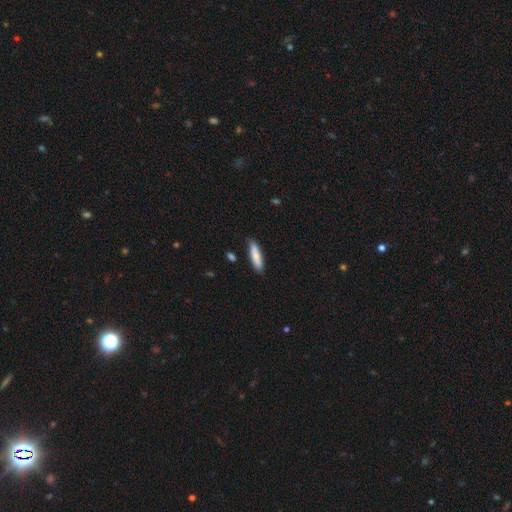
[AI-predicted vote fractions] smooth_or_featured: smooth (p=0.77) [alt: featured or disk p=0.17]
how_rounded: cigar-shaped (p=0.68) [alt: in between p=0.30]
merging: none (p=0.79) [alt: minor disturbance p=0.16]